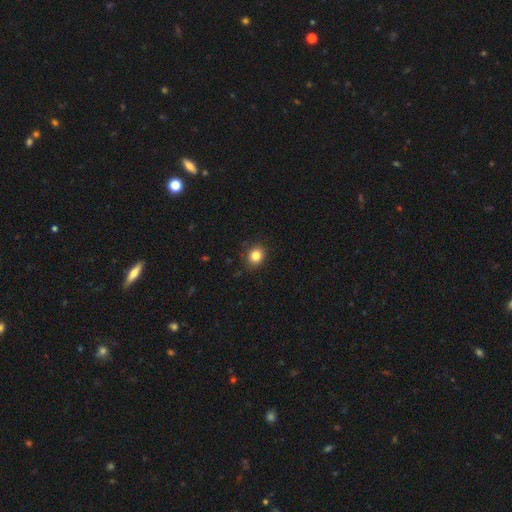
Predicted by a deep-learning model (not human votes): Smooth or featured: smooth — 83% (star or artifact — 11%)
How rounded: round — 74% (in between — 25%)
Merging: none — 87% (minor disturbance — 9%)